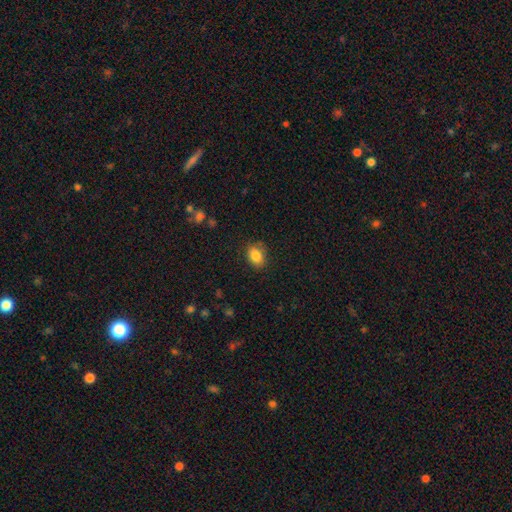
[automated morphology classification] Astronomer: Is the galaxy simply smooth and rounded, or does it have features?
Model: smooth — 85%.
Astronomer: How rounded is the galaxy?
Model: in between — 70%.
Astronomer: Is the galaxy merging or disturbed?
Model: none — 83%.